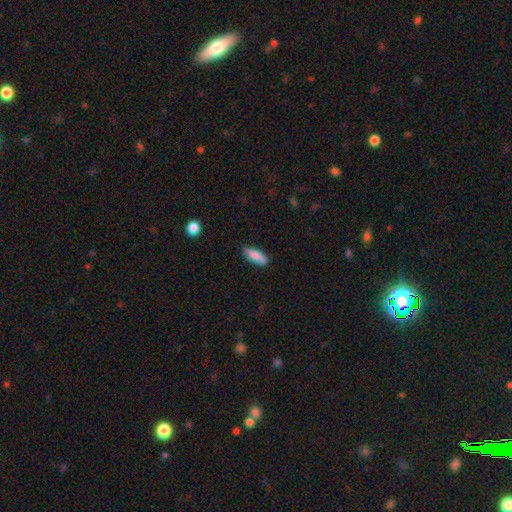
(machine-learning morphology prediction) The model was most divided on "how rounded": in between: 59%, cigar-shaped: 39%, round: 2%. More confident: smooth or featured — smooth (87%); merging — none (82%).